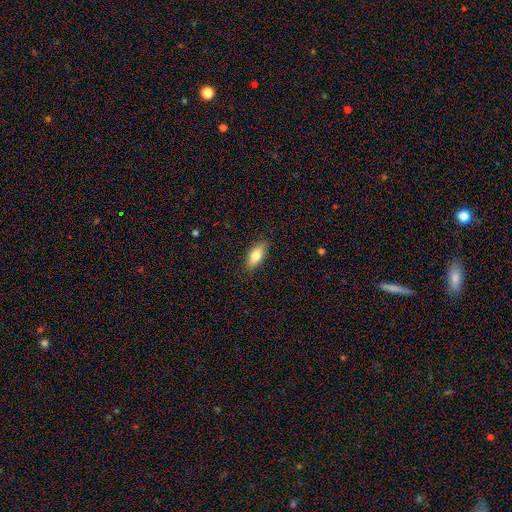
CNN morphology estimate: The model was most divided on "smooth or featured": smooth: 75%, featured or disk: 19%, star or artifact: 6%. More confident: merging — none (88%); how rounded — in between (78%).